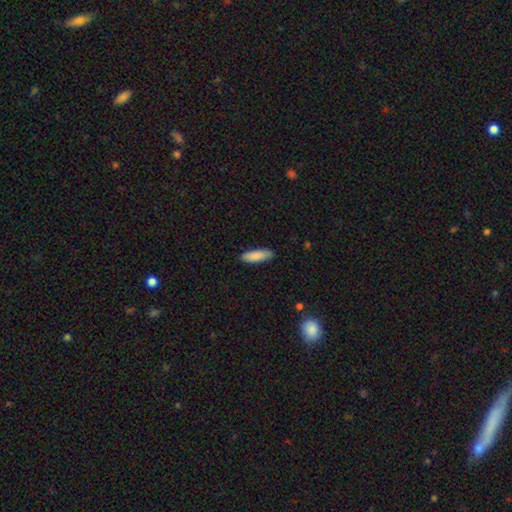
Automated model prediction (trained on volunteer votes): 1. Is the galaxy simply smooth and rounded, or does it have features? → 88% smooth, 7% featured or disk, 6% star or artifact.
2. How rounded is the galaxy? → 50% in between, 49% cigar-shaped, 1% round.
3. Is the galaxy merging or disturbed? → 88% none, 10% minor disturbance, 2% major disturbance, 1% merger.